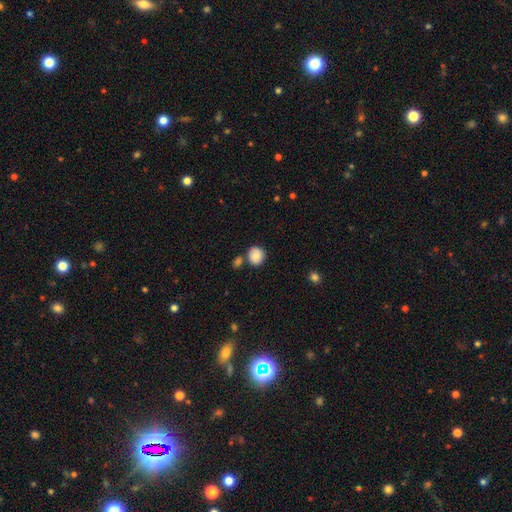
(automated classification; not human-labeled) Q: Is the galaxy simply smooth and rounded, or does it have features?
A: smooth — 83%.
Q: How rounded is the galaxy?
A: round — 81%.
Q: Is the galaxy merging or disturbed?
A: none — 66%.